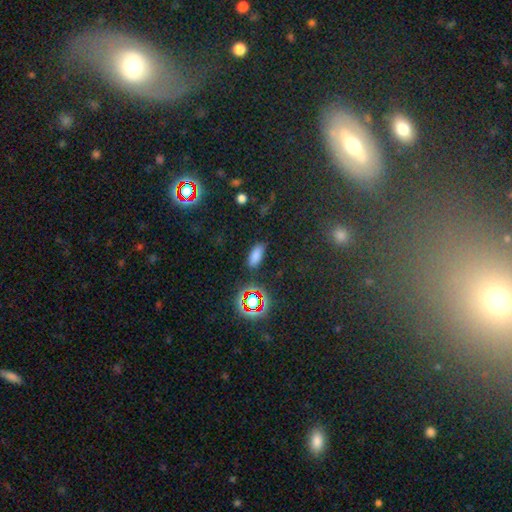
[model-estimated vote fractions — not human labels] This is likely a smooth galaxy (73%). How rounded: clearly in between (83%). Merging: clearly none (83%).